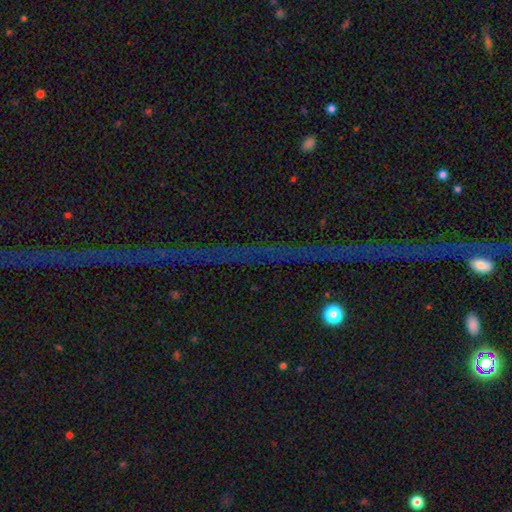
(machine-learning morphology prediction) The model was most divided on "smooth or featured": star or artifact: 81%, featured or disk: 12%, smooth: 7%.